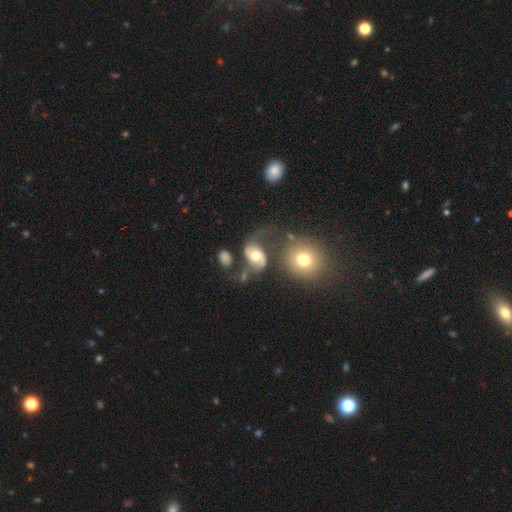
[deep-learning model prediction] The model was most divided on "merging": none: 39%, major disturbance: 27%, minor disturbance: 20%, merger: 15%. More confident: edge-on disk — no (96%); spiral arm count — 2 (86%); spiral arms — yes (82%); bulge size — moderate (69%); spiral winding — loose (65%); smooth or featured — featured or disk (64%); bar — no (62%).